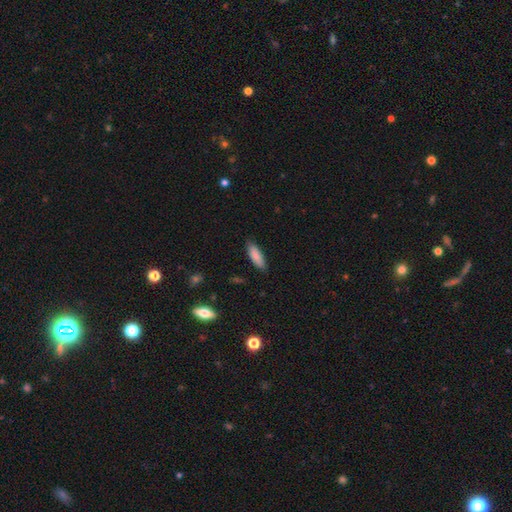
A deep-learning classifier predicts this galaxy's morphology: This appears to be a smooth galaxy with no disk features (85%) that is in between round and cigar-shaped (60%). Merging: none (84%).